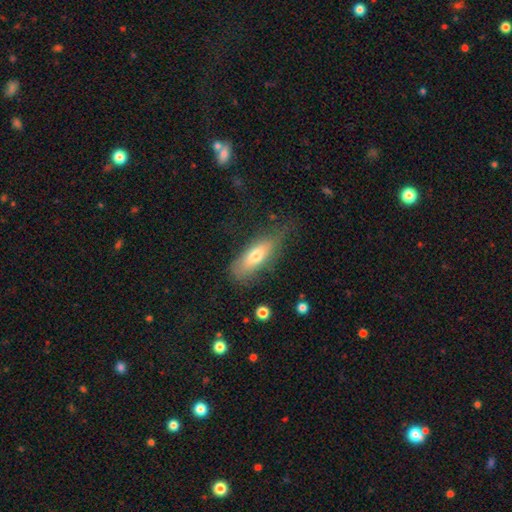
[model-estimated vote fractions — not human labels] This is likely a smooth galaxy (67%). How rounded: likely in between (65%). Merging: possibly none (56%).